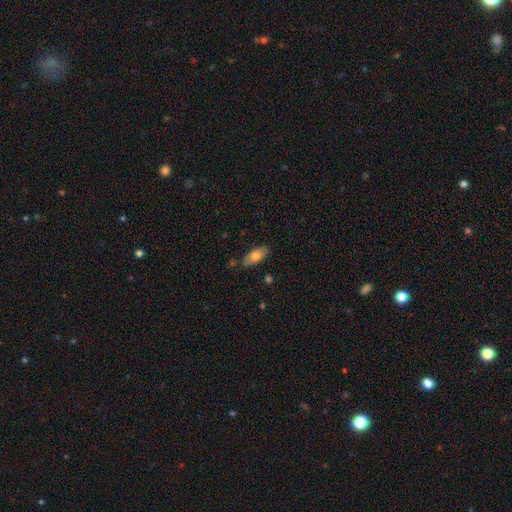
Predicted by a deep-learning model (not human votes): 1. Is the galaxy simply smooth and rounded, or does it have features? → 73% smooth, 21% featured or disk, 6% star or artifact.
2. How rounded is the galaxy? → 87% in between, 10% cigar-shaped, 3% round.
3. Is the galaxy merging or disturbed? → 80% none, 14% minor disturbance, 3% merger, 3% major disturbance.